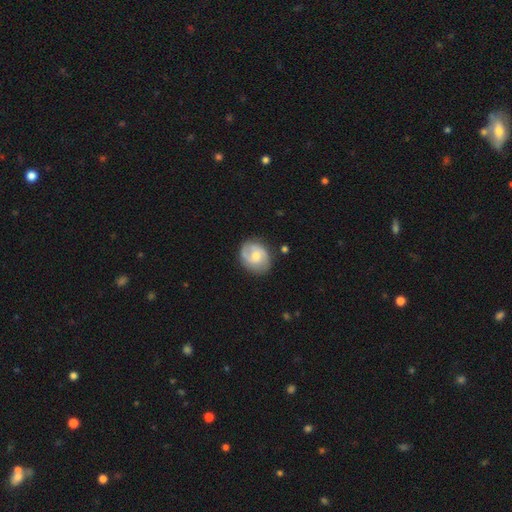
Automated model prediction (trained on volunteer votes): Smooth or featured?
  - featured or disk: 63% *
  - smooth: 31%
  - star or artifact: 6%
Edge-on disk?
  - no: 97% *
  - yes: 3%
Bar?
  - no: 63% *
  - weak: 32%
  - strong: 5%
Spiral arms?
  - yes: 85% *
  - no: 15%
Spiral winding?
  - medium: 43% *
  - tight: 38%
  - loose: 19%
Spiral arm count?
  - 2: 68% *
  - can't tell: 17%
  - 1: 7%
  - 3: 6%
  - 4: 2%
  - more than 4: 2%
Bulge size?
  - moderate: 52% *
  - small: 43%
  - large: 3%
  - none: 2%
  - dominant: 1%
Merging?
  - none: 75% *
  - minor disturbance: 18%
  - major disturbance: 5%
  - merger: 2%